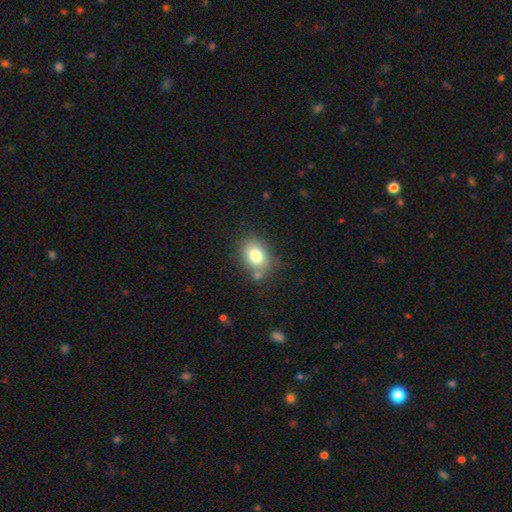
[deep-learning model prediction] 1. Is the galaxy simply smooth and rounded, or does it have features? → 79% smooth, 11% featured or disk, 10% star or artifact.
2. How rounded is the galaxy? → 67% in between, 32% round, 1% cigar-shaped.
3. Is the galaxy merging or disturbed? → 73% none, 14% minor disturbance, 9% merger, 4% major disturbance.